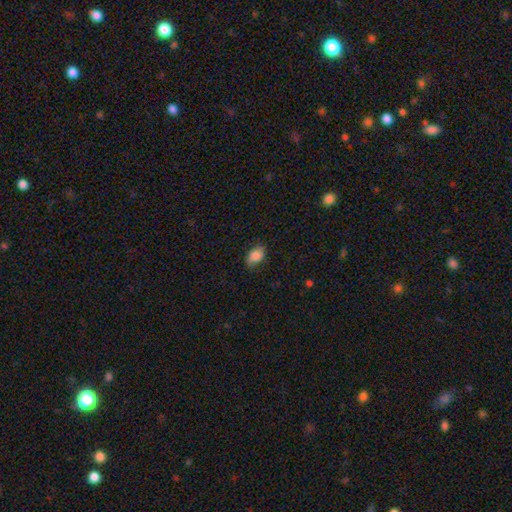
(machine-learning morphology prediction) Q: Smooth or featured?
A: smooth (82%); runner-up: featured or disk (10%)
Q: How rounded?
A: in between (85%); runner-up: round (14%)
Q: Merging?
A: none (72%); runner-up: minor disturbance (22%)